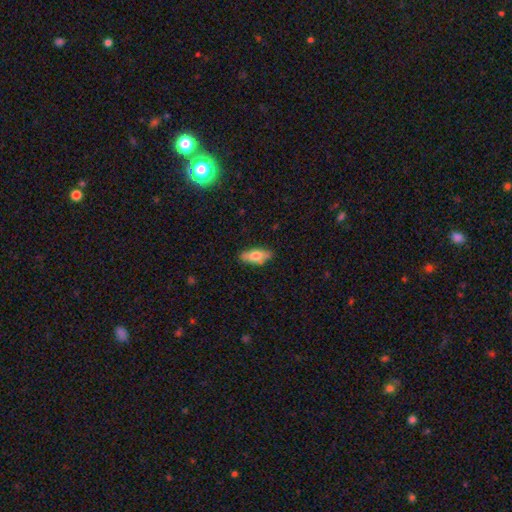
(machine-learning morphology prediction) This is likely a smooth galaxy (71%). How rounded: likely in between (79%). Merging: clearly none (82%).